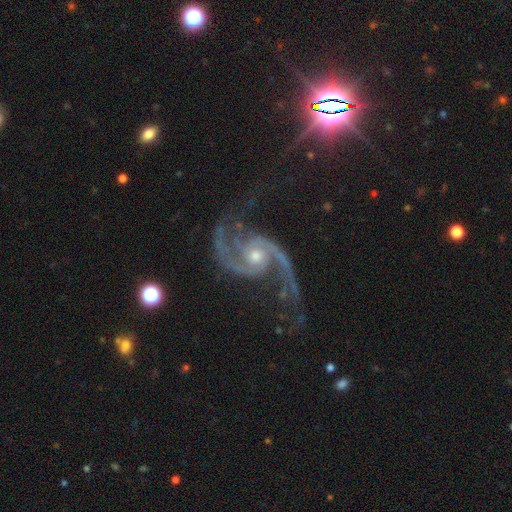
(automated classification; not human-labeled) Smooth or featured: featured or disk — 94% (star or artifact — 4%)
Edge-on disk: no — 98% (yes — 2%)
Bar: no — 66% (weak — 26%)
Spiral arms: yes — 99% (no — 1%)
Spiral winding: medium — 51% (loose — 36%)
Spiral arm count: 2 — 87% (3 — 5%)
Bulge size: moderate — 55% (small — 39%)
Merging: none — 64% (minor disturbance — 18%)